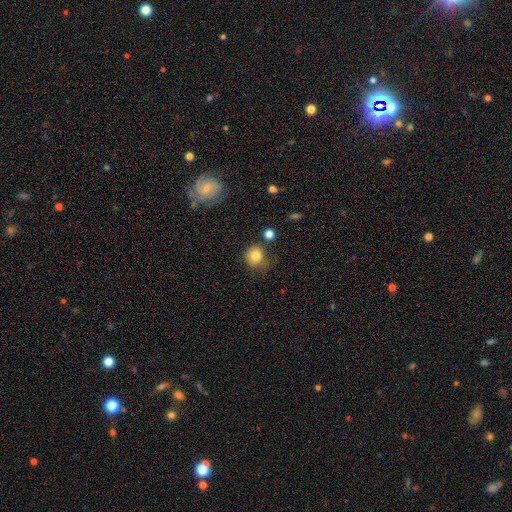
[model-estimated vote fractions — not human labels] A smooth galaxy with no disk features (80%) that is round (84%).

Vote fractions:
- Smooth or featured? smooth: 80% / featured or disk: 10% / star or artifact: 10%
- How rounded? round: 84% / in between: 15% / cigar-shaped: 1%
- Merging? none: 56% / minor disturbance: 26% / major disturbance: 13% / merger: 6%